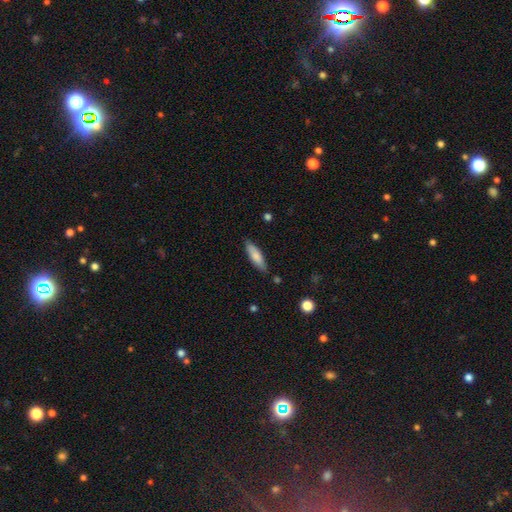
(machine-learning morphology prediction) smooth-or-featured: smooth: 79% | featured or disk: 16% | star or artifact: 6%
  how-rounded: cigar-shaped: 62% | in between: 37% | round: 2%
  merging: none: 83% | minor disturbance: 13% | major disturbance: 2% | merger: 2%